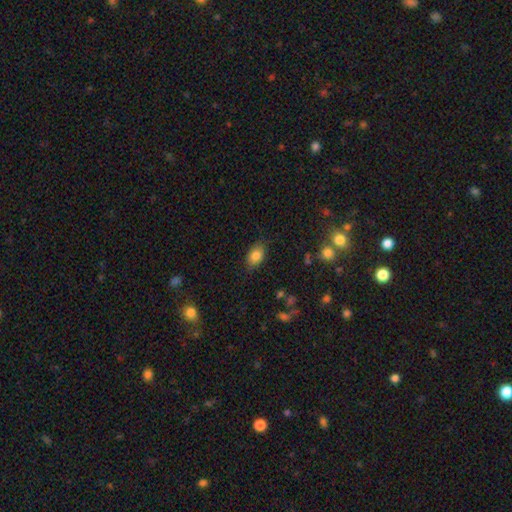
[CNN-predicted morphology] smooth_or_featured: smooth (p=0.81) [alt: star or artifact p=0.09]
how_rounded: in between (p=0.84) [alt: round p=0.14]
merging: none (p=0.80) [alt: minor disturbance p=0.15]